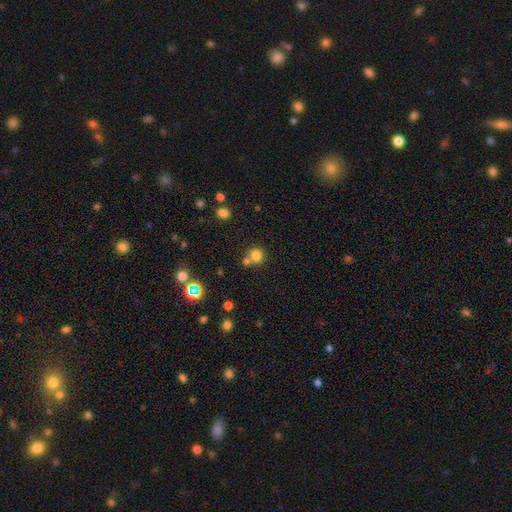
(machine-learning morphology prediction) smooth_or_featured: smooth (p=0.78) [alt: star or artifact p=0.15]
how_rounded: round (p=0.90) [alt: in between p=0.09]
merging: none (p=0.60) [alt: merger p=0.29]